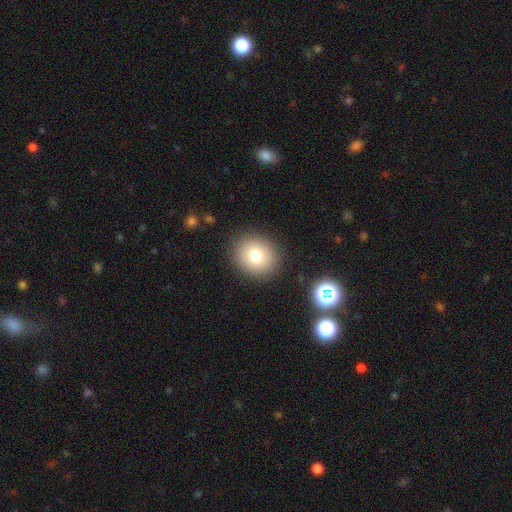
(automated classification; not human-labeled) Smooth or featured?
  - smooth: 76% *
  - star or artifact: 12%
  - featured or disk: 12%
How rounded?
  - round: 77% *
  - in between: 22%
  - cigar-shaped: 1%
Merging?
  - none: 89% *
  - minor disturbance: 7%
  - major disturbance: 3%
  - merger: 1%